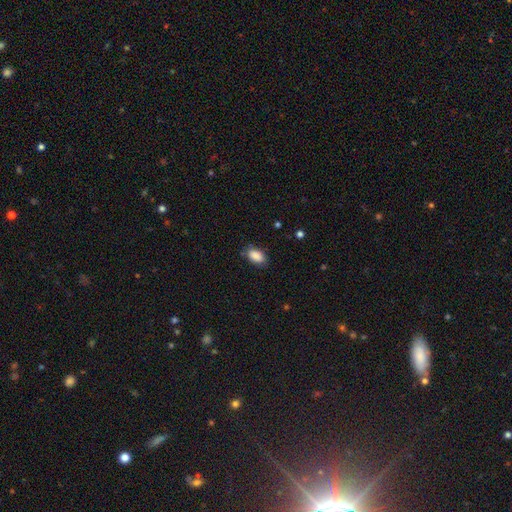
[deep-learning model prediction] smooth 88%, star or artifact 8%, featured or disk 5%. Down the decision tree: how rounded — in between (90%); merging — none (76%).